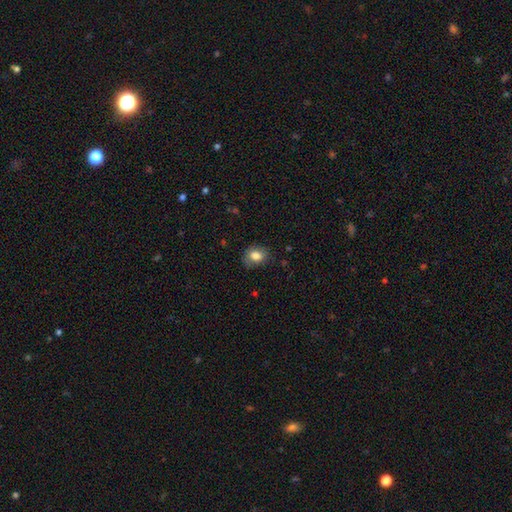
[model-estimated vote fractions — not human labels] This is clearly a smooth galaxy (82%). How rounded: possibly in between (55%). Merging: likely none (70%).